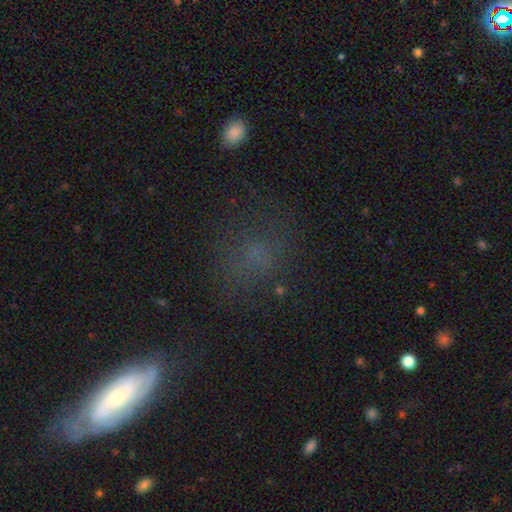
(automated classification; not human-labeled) Overall: smooth (52%; star or artifact 24%). How rounded: round (56%; in between 38%). Merging: none (64%).